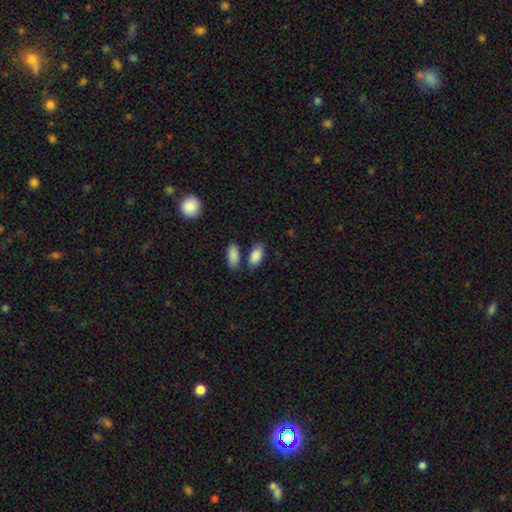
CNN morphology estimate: Overall: smooth (89%). How rounded: in between (92%). Merging: none (66%).